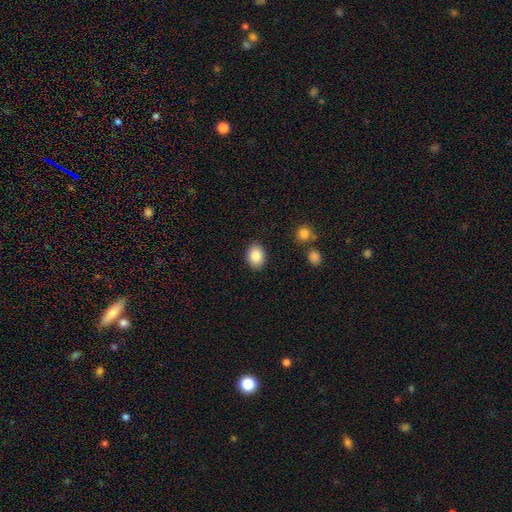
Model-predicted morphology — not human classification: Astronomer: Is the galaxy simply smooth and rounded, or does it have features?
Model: smooth — 86%.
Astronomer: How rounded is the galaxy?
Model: in between — 59% (runner-up: round, 40%).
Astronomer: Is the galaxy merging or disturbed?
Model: none — 88%.